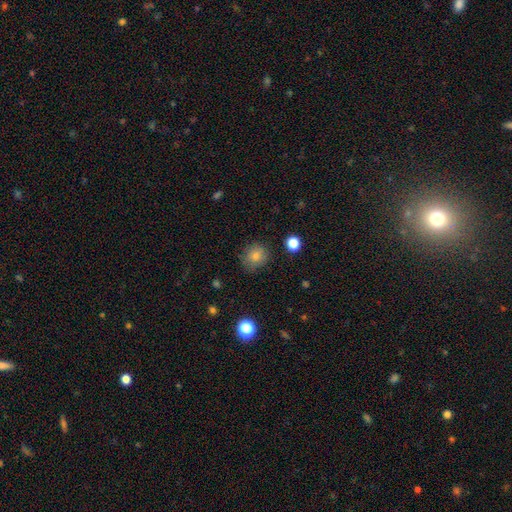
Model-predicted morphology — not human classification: A smooth galaxy with no disk features (79%) that is round (77%). Merging: none (78%).